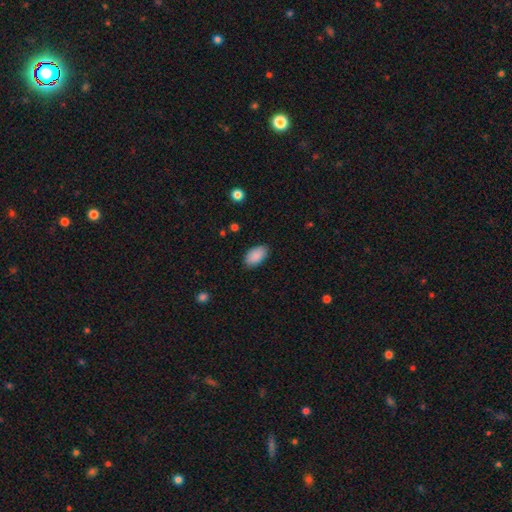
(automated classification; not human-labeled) Smooth or featured? smooth (90%)
How rounded? in between (94%)
Merging? none (84%)